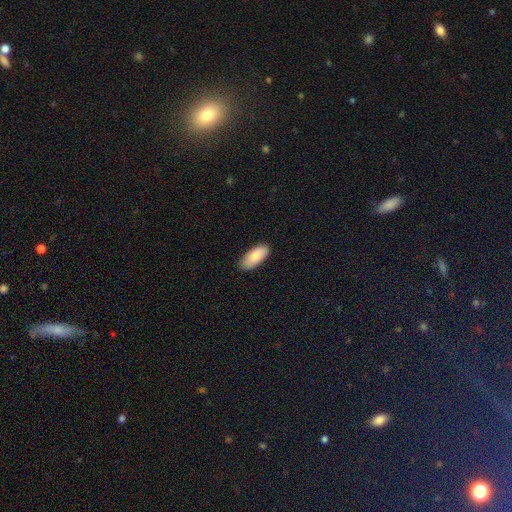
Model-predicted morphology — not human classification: smooth_or_featured: smooth (p=0.85) [alt: featured or disk p=0.09]
how_rounded: in between (p=0.90) [alt: cigar-shaped p=0.09]
merging: none (p=0.84) [alt: minor disturbance p=0.13]